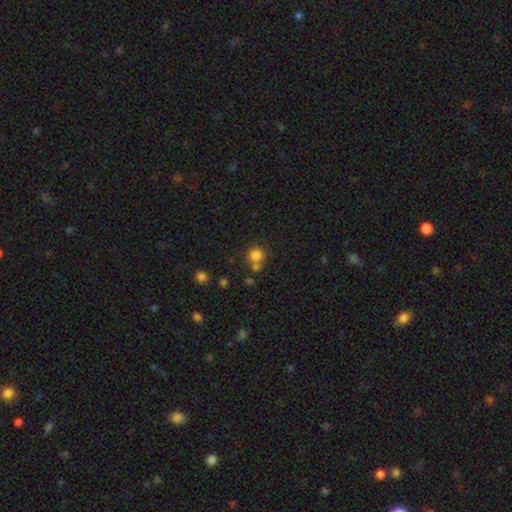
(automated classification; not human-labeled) Q: Smooth or featured?
A: smooth (80%); runner-up: star or artifact (12%)
Q: How rounded?
A: round (89%); runner-up: in between (10%)
Q: Merging?
A: none (58%); runner-up: merger (26%)